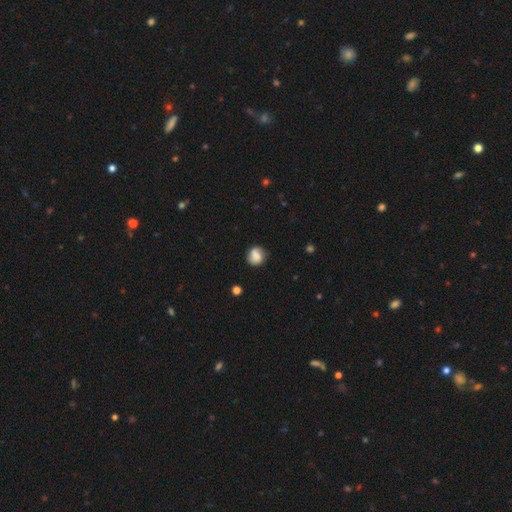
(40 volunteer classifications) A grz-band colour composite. It shows a smooth galaxy with no disk features (72%) that is round (83%). Merging: none (67%).